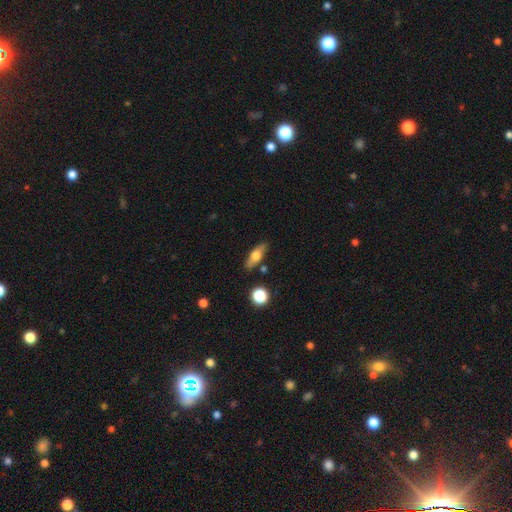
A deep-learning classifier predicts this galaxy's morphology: smooth 57%, featured or disk 36%, star or artifact 7%. Down the decision tree: how rounded — in between (59%); merging — none (83%).